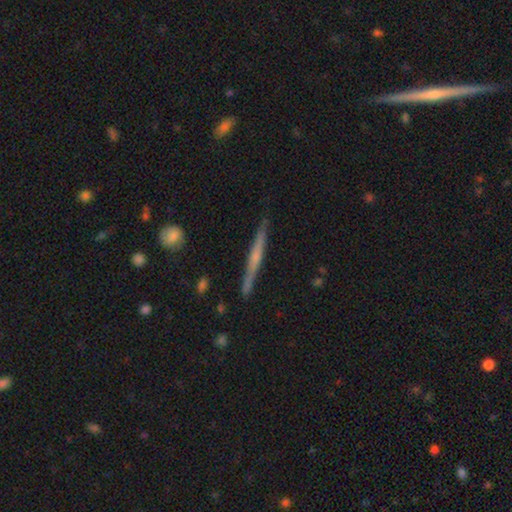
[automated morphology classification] Smooth or featured: featured or disk — 59% (smooth — 35%)
Edge-on disk: yes — 97% (no — 3%)
Edge-on bulge: none — 52% (rounded — 36%)
Merging: none — 86% (minor disturbance — 10%)